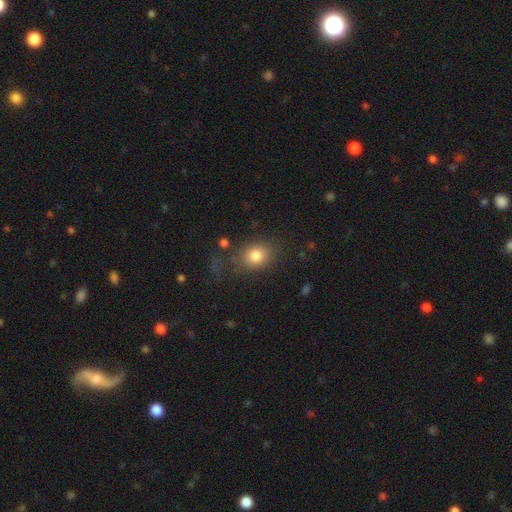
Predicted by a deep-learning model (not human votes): A smooth galaxy with no disk features (80%) that is round (49%, tied with in between). Merging: none (71%).